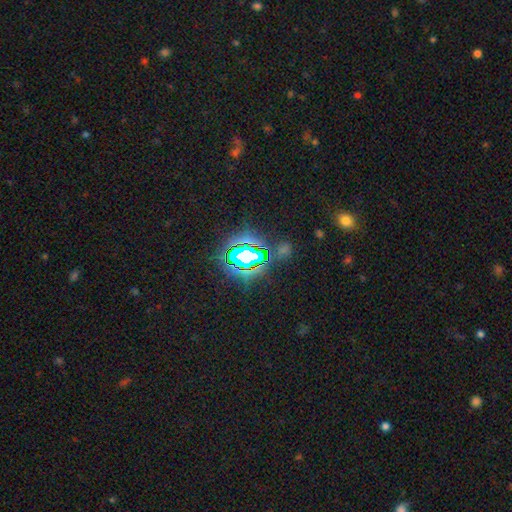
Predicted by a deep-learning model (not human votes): Morphology: type=star or artifact (81%).